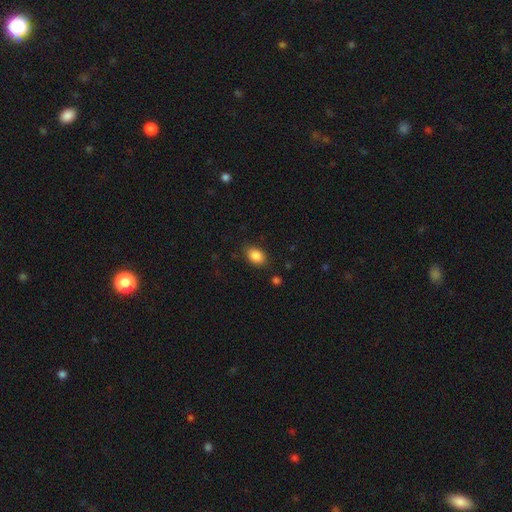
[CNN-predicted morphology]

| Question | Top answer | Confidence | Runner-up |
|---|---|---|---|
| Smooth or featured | smooth | 87% | star or artifact (8%) |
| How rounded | in between | 80% | round (18%) |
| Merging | none | 83% | minor disturbance (12%) |